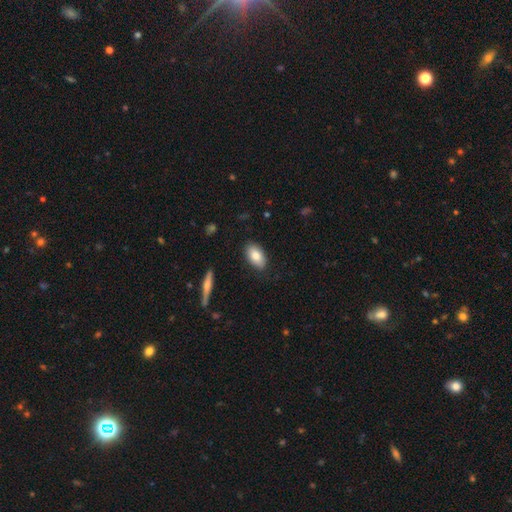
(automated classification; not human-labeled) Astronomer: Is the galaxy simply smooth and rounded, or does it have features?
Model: smooth — 81%.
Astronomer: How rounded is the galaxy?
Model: in between — 93%.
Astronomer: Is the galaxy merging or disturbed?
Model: none — 86%.